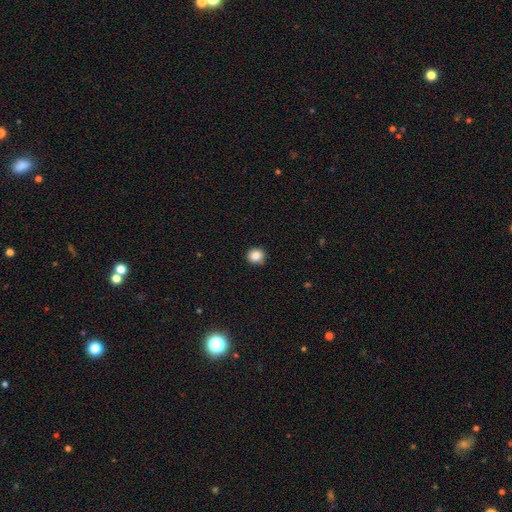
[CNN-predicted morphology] Q: Smooth or featured?
A: smooth (86%); runner-up: star or artifact (10%)
Q: How rounded?
A: round (90%); runner-up: in between (9%)
Q: Merging?
A: none (88%); runner-up: minor disturbance (9%)